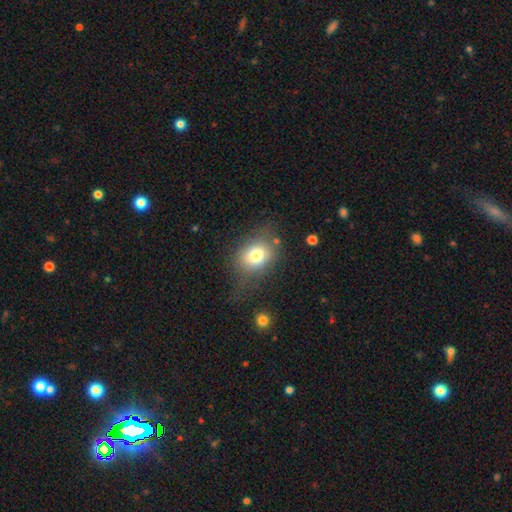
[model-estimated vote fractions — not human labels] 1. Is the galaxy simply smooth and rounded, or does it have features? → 75% smooth, 14% featured or disk, 11% star or artifact.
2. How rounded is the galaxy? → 52% in between, 47% round, 1% cigar-shaped.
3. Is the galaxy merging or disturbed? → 57% none, 23% minor disturbance, 15% major disturbance, 5% merger.